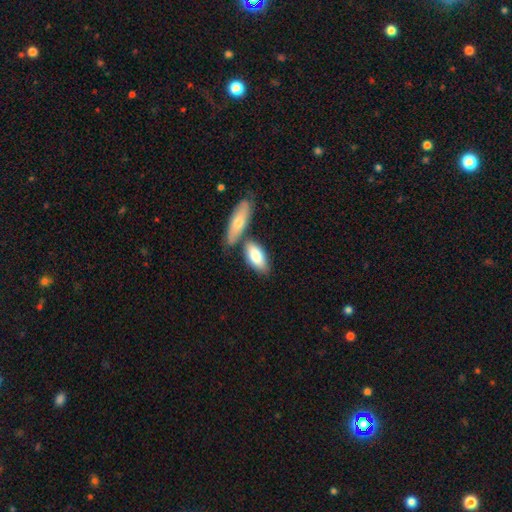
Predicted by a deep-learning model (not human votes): The model was most divided on "merging": none: 58%, merger: 27%, minor disturbance: 12%, major disturbance: 3%. More confident: how rounded — in between (86%); smooth or featured — smooth (77%).